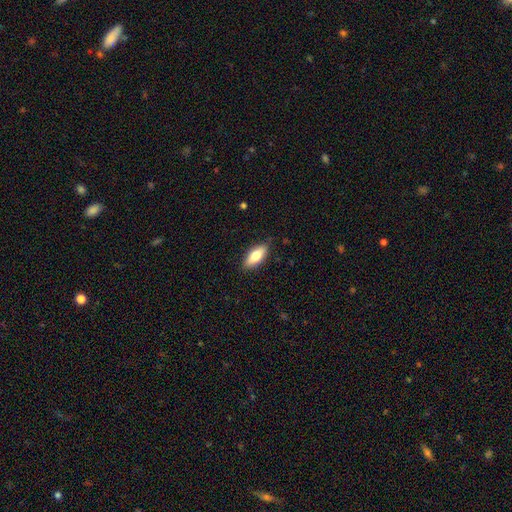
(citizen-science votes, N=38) smooth_or_featured: smooth (p=0.74) [alt: featured or disk p=0.24]
how_rounded: in between (p=0.71) [alt: cigar-shaped p=0.29]
merging: none (p=0.81) [alt: minor disturbance p=0.11]